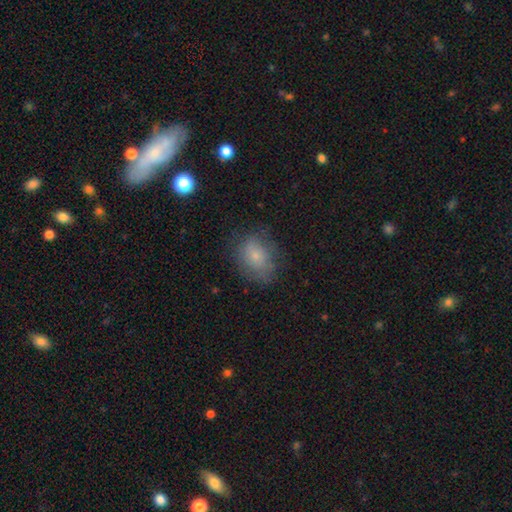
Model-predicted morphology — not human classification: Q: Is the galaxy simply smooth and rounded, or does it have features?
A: smooth — 72%.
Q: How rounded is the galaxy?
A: in between — 65%.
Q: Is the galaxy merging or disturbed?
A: none — 67%.